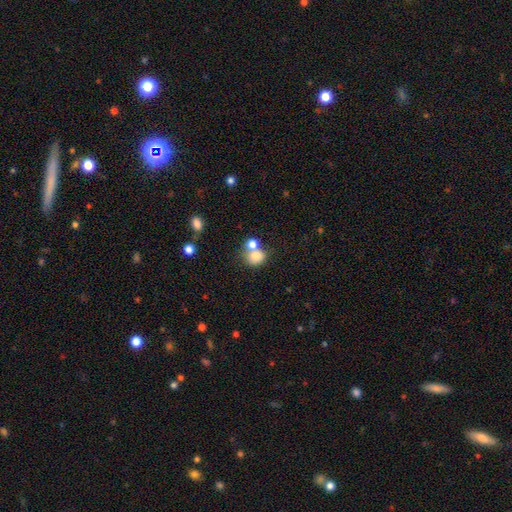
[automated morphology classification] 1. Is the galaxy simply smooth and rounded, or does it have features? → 77% smooth, 11% featured or disk, 11% star or artifact.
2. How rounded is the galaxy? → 66% round, 34% in between, 1% cigar-shaped.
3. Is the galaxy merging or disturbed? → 46% merger, 41% none, 9% minor disturbance, 4% major disturbance.